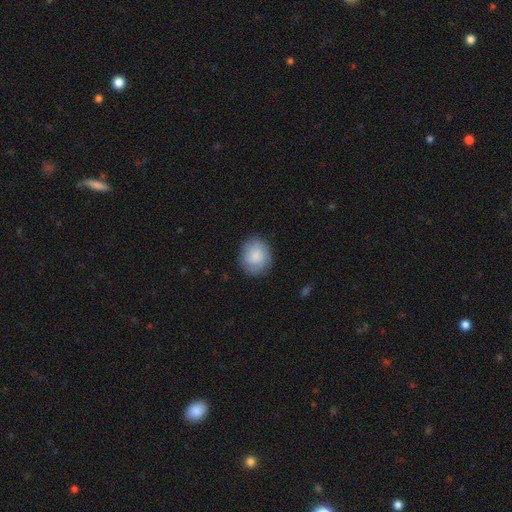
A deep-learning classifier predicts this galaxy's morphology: The model was most divided on "how rounded": round: 67%, in between: 32%, cigar-shaped: 1%. More confident: merging — none (82%); smooth or featured — smooth (74%).